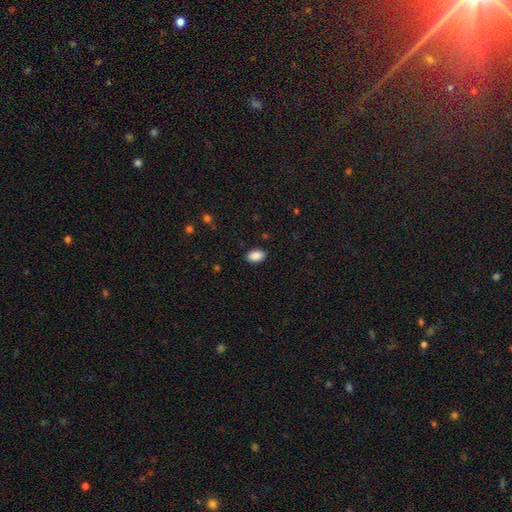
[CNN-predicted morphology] type=smooth (89%); roundness=in between (93%); merging=none (89%).